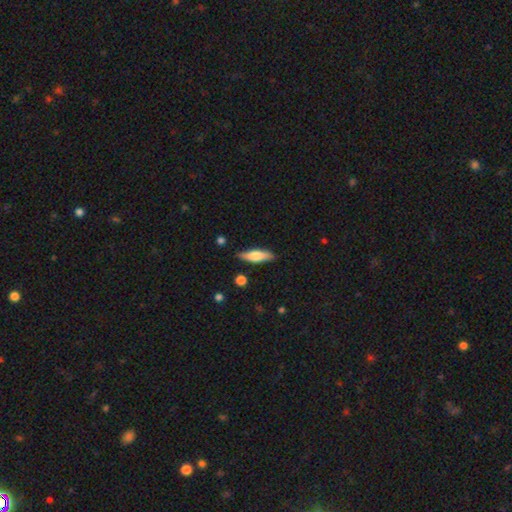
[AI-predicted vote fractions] This appears to be a smooth galaxy with no disk features (62%) that is cigar-shaped (62%). Merging: none (85%).